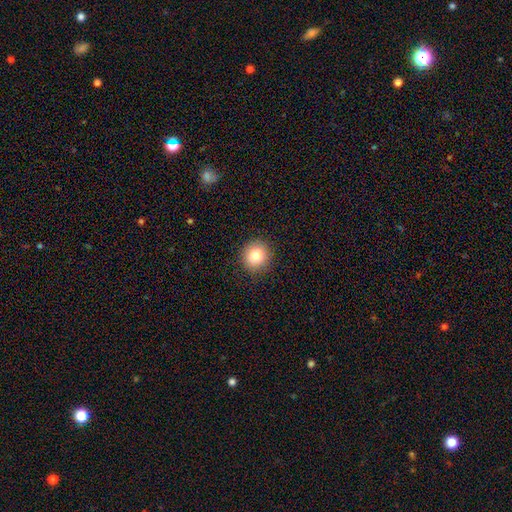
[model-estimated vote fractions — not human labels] This appears to be a smooth galaxy with no disk features (84%) that is round (86%). Merging: none (90%).